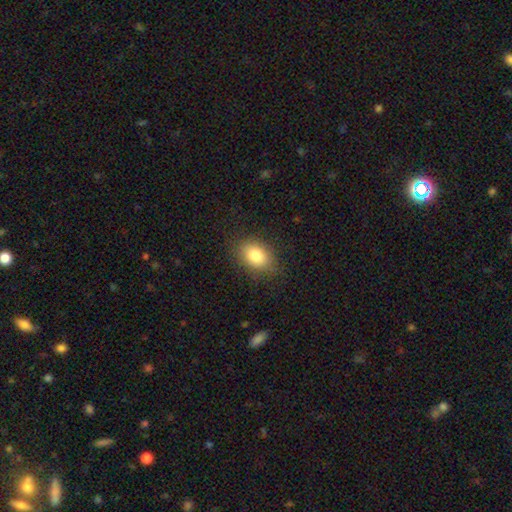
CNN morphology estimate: Smooth or featured? Predicted: smooth (p=0.82). How rounded? Predicted: in between (p=0.77). Merging? Predicted: none (p=0.84).